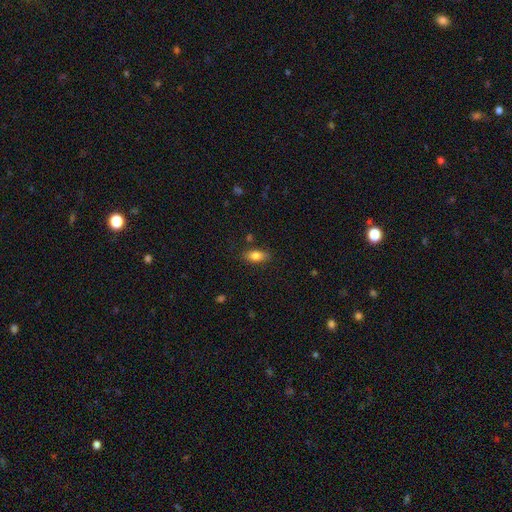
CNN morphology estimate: smooth_or_featured: smooth (p=0.81) [alt: featured or disk p=0.12]
how_rounded: in between (p=0.84) [alt: cigar-shaped p=0.12]
merging: none (p=0.83) [alt: minor disturbance p=0.12]